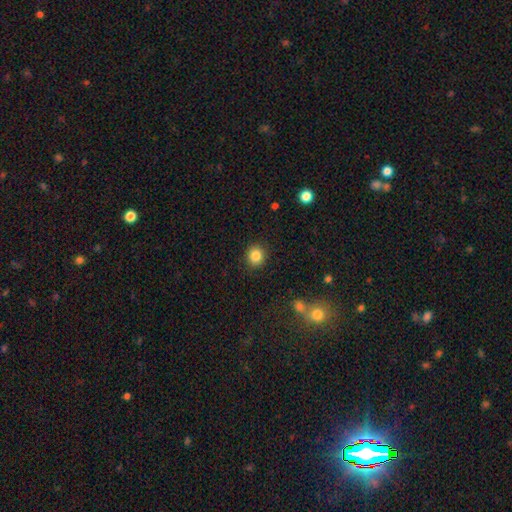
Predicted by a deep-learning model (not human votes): This is clearly a smooth galaxy (85%). How rounded: clearly round (83%). Merging: clearly none (90%).